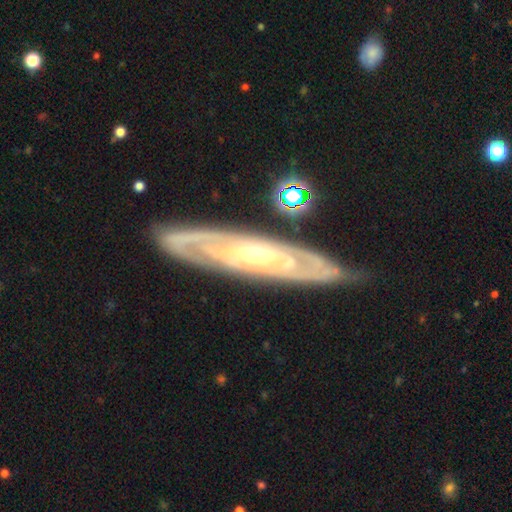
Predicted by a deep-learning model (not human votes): Smooth or featured?
  - featured or disk: 87% *
  - smooth: 8%
  - star or artifact: 5%
Edge-on disk?
  - no: 72% *
  - yes: 28%
Bar?
  - no: 60% *
  - weak: 27%
  - strong: 13%
Spiral arms?
  - yes: 94% *
  - no: 6%
Spiral winding?
  - tight: 73% *
  - medium: 22%
  - loose: 5%
Spiral arm count?
  - 2: 41% *
  - can't tell: 37%
  - 3: 10%
  - 4: 5%
  - more than 4: 4%
  - 1: 4%
Bulge size?
  - small: 56% *
  - moderate: 38%
  - large: 3%
  - none: 2%
  - dominant: 1%
Merging?
  - none: 81% *
  - minor disturbance: 13%
  - major disturbance: 3%
  - merger: 2%